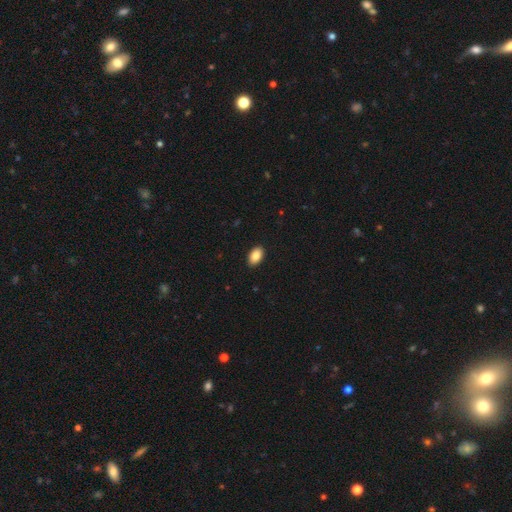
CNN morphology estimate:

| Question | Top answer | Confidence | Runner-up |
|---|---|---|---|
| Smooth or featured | smooth | 88% | star or artifact (7%) |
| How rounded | in between | 92% | round (6%) |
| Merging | none | 90% | minor disturbance (7%) |